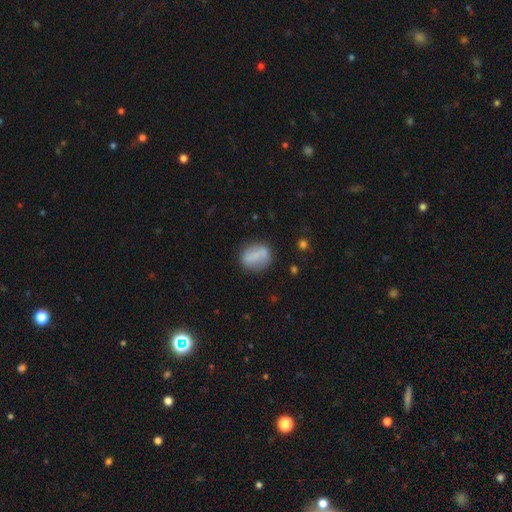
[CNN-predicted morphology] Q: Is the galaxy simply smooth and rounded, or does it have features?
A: smooth — 58%.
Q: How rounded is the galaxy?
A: round — 50%.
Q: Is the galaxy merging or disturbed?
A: none — 75%.